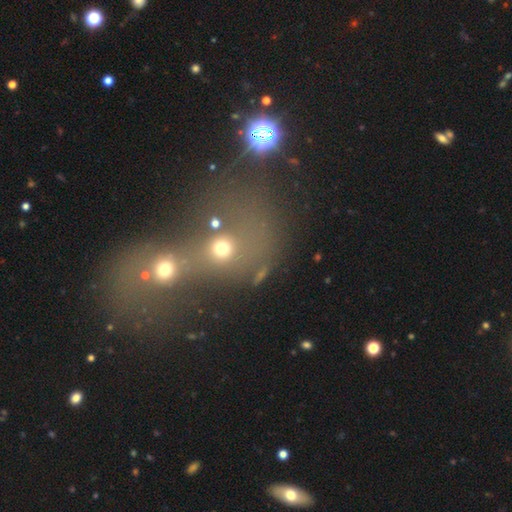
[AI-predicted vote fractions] This is marginally a smooth galaxy (44%). Merging: clearly merger (81%).